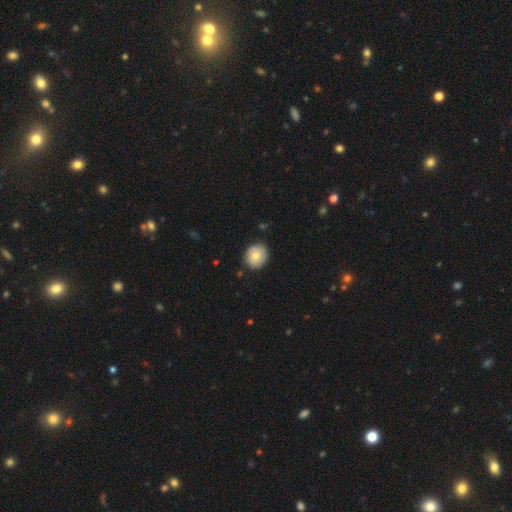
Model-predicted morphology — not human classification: Smooth or featured: smooth — 73% (featured or disk — 20%)
How rounded: round — 78% (in between — 21%)
Merging: none — 84% (minor disturbance — 12%)